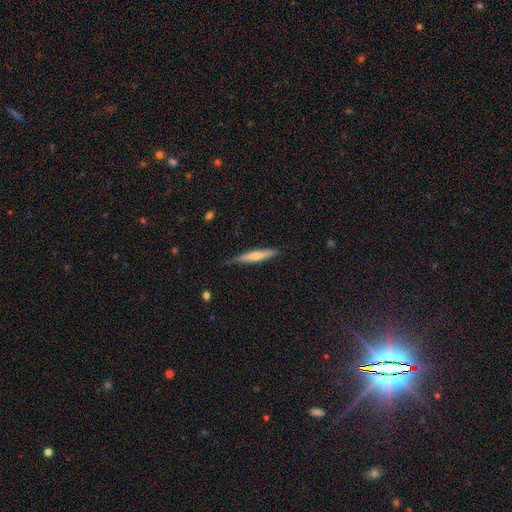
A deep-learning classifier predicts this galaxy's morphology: smooth-or-featured: smooth: 59% | featured or disk: 36% | star or artifact: 5%
  how-rounded: cigar-shaped: 93% | in between: 6% | round: 1%
  merging: none: 76% | minor disturbance: 20% | major disturbance: 3% | merger: 1%